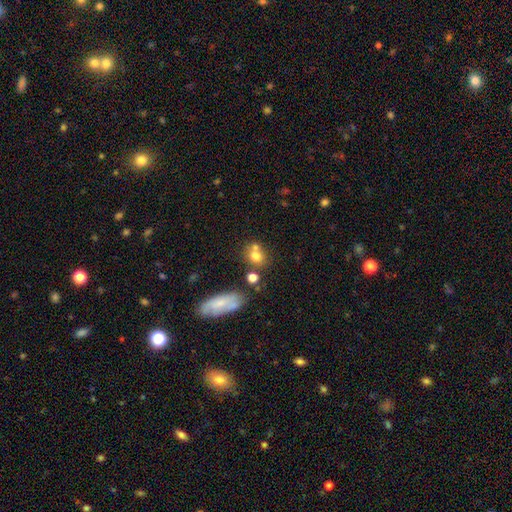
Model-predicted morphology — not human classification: Smooth or featured? smooth (73%)
How rounded? round (65%)
Merging? none (50%)